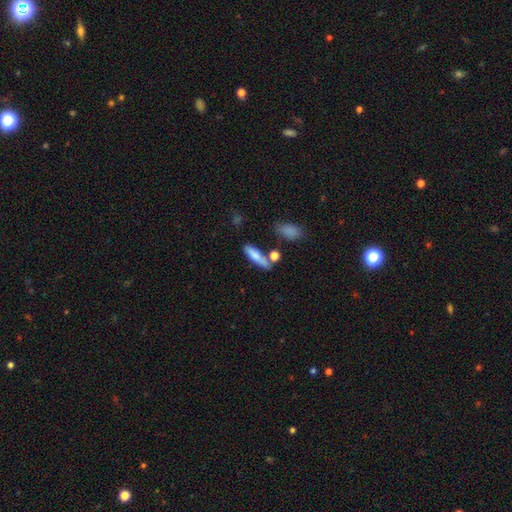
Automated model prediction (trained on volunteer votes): Smooth or featured? smooth (74%)
How rounded? cigar-shaped (63%)
Merging? none (64%)